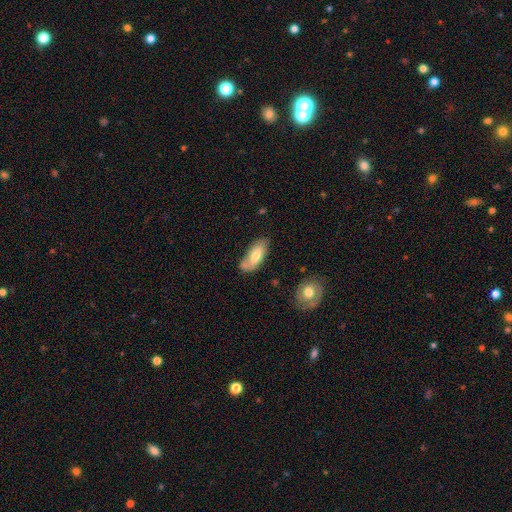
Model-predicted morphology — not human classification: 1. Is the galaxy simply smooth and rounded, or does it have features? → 67% smooth, 27% featured or disk, 6% star or artifact.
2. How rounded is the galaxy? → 82% in between, 16% cigar-shaped, 2% round.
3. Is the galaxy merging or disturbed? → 65% none, 25% minor disturbance, 5% merger, 5% major disturbance.